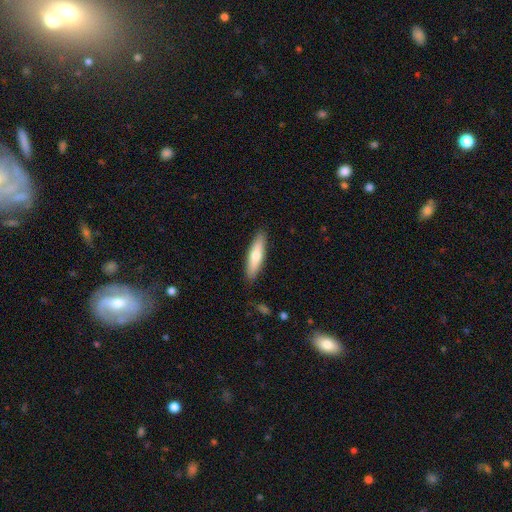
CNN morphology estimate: A smooth galaxy with no disk features (68%) that is cigar-shaped (75%).

Vote fractions:
- Smooth or featured? smooth: 68% / featured or disk: 26% / star or artifact: 5%
- How rounded? cigar-shaped: 75% / in between: 23% / round: 1%
- Merging? none: 89% / minor disturbance: 8% / major disturbance: 2% / merger: 1%